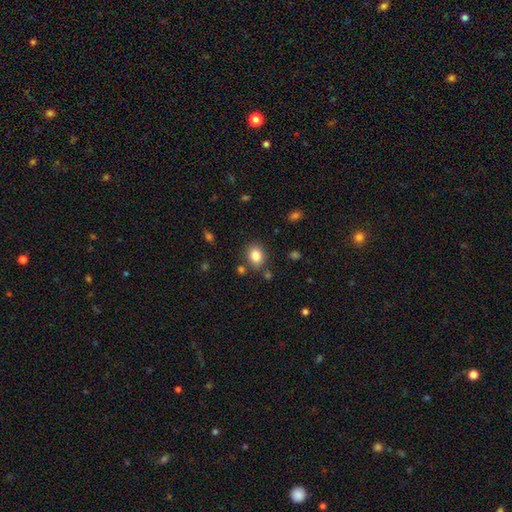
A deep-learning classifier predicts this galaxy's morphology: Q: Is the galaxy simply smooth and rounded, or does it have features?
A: smooth — 84%.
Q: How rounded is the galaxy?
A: round — 51%.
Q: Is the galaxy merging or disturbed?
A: none — 82%.